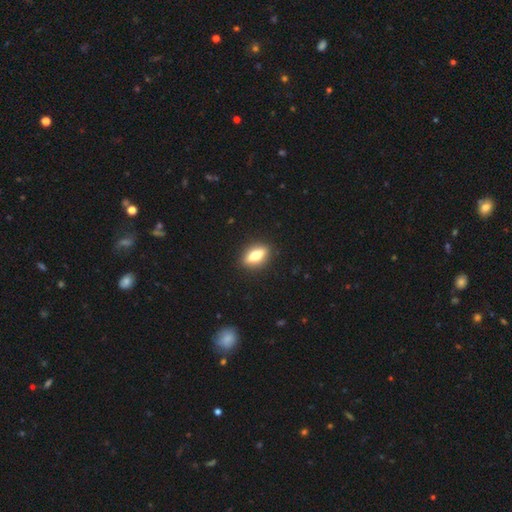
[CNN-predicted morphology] Overall: smooth (61%; featured or disk 32%). How rounded: in between (70%). Merging: none (89%).